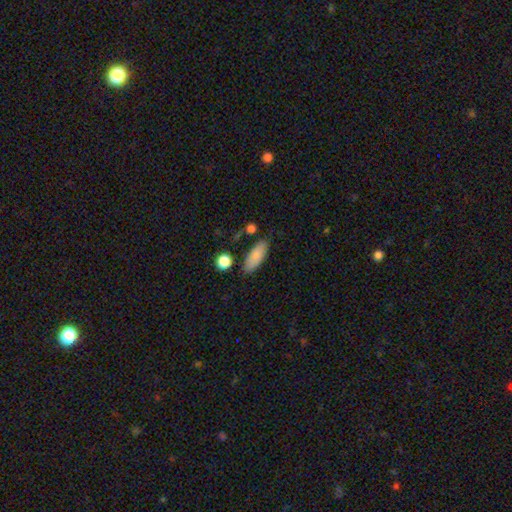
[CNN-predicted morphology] A smooth galaxy with no disk features (86%) that is in between round and cigar-shaped (75%). Merging: none (79%).